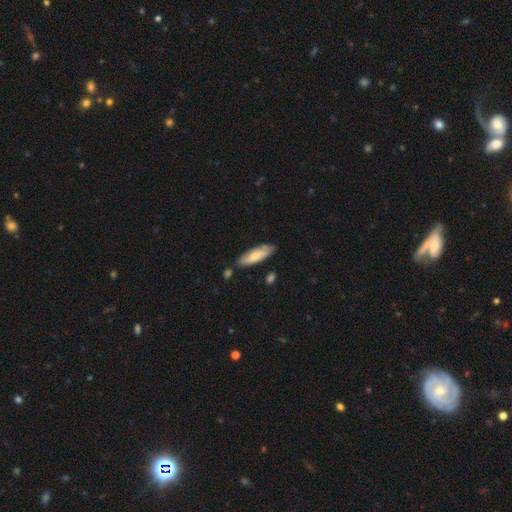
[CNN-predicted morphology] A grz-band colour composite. It shows a smooth galaxy with no disk features (68%) that is in between round and cigar-shaped (56%). Merging: none (79%).